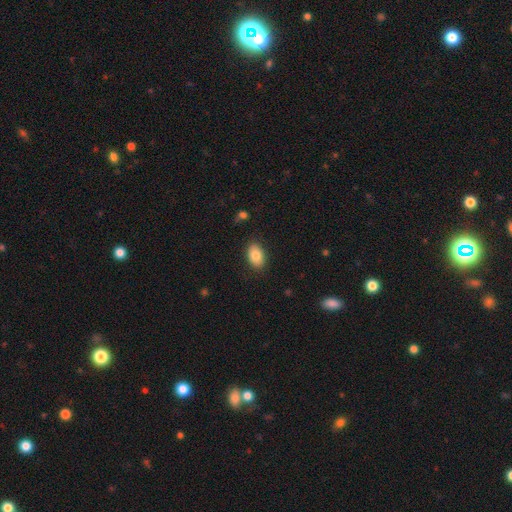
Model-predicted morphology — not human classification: This appears to be a smooth galaxy with no disk features (83%) that is in between round and cigar-shaped (87%). Merging: none (86%).